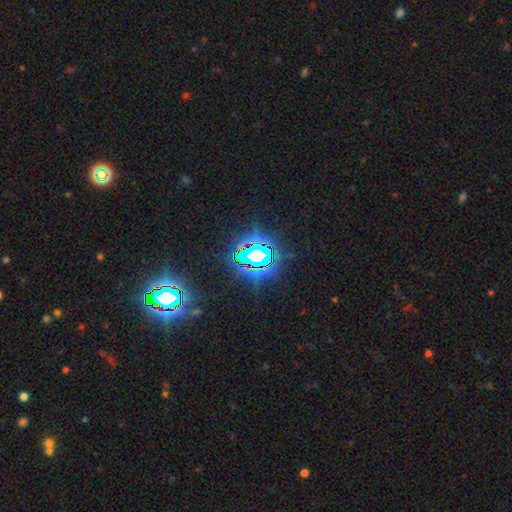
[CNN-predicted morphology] Q: Smooth or featured?
A: star or artifact (77%); runner-up: smooth (12%)